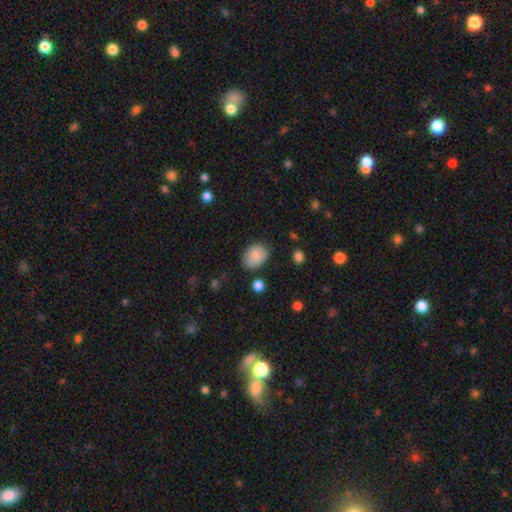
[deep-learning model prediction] Overall: smooth (81%). How rounded: in between (67%; round 32%). Merging: none (75%).